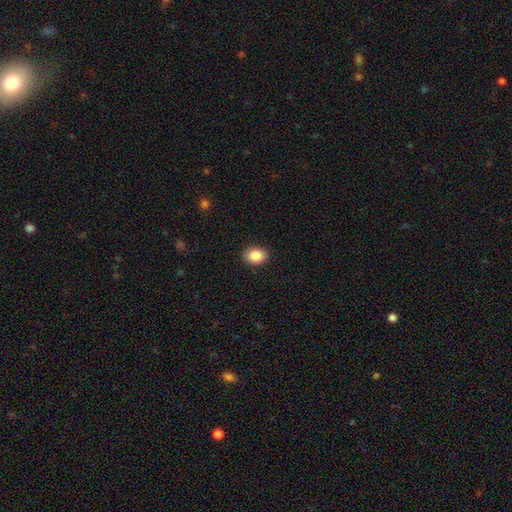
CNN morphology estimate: Smooth or featured? Predicted: smooth (p=0.87). How rounded? Predicted: in between (p=0.63). Merging? Predicted: none (p=0.90).